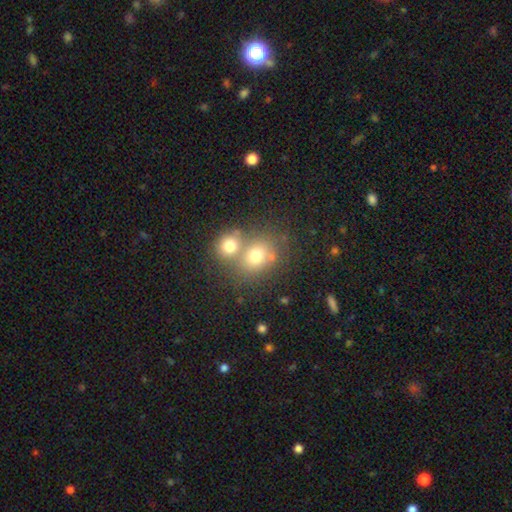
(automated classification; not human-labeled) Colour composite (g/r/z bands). It shows a smooth galaxy with no disk features (70%) that is round (69%). Merging: merger (49%).